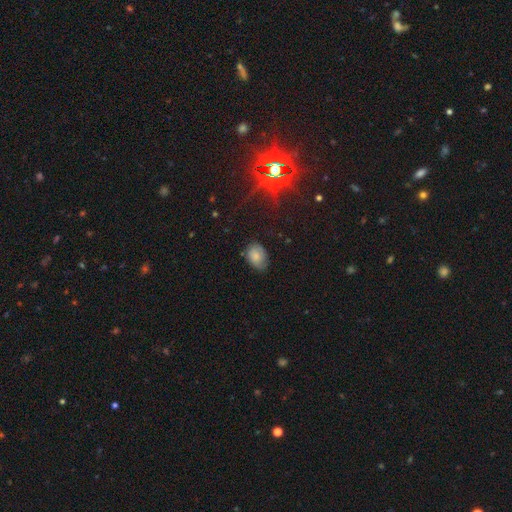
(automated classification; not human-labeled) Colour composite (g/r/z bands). It shows a smooth galaxy with no disk features (75%) that is in between round and cigar-shaped (77%). Merging: none (65%).